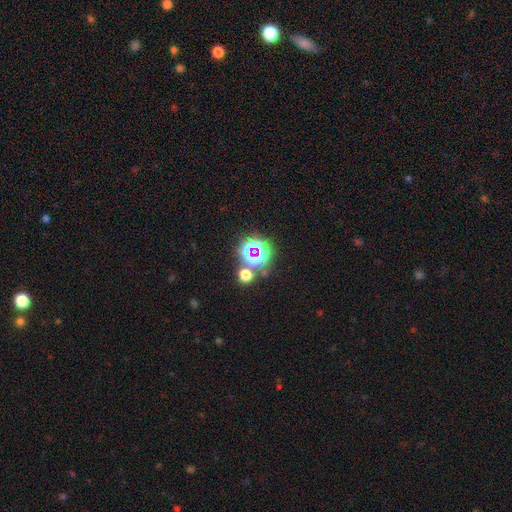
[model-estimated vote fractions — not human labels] smooth_or_featured: star or artifact (p=0.60) [alt: smooth p=0.30]